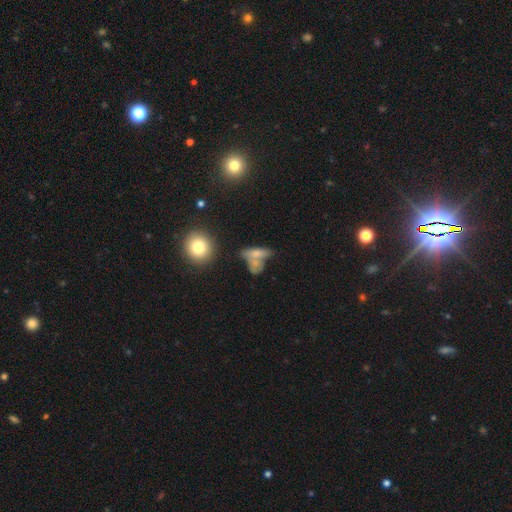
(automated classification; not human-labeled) Morphology: type=smooth (61%); roundness=in between (64%); merging=merger (42%).